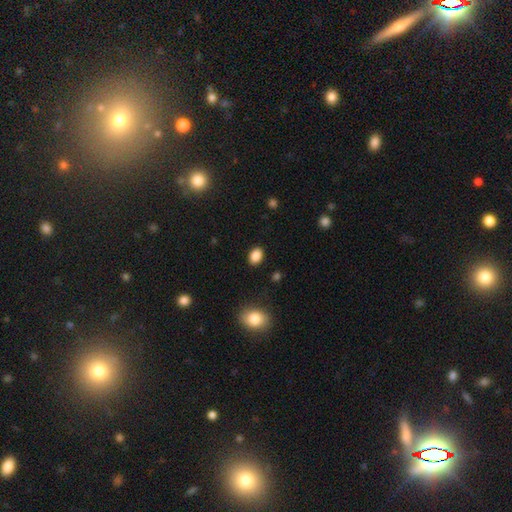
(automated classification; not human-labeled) Smooth or featured: smooth — 87% (star or artifact — 9%)
How rounded: in between — 77% (round — 21%)
Merging: none — 88% (minor disturbance — 8%)